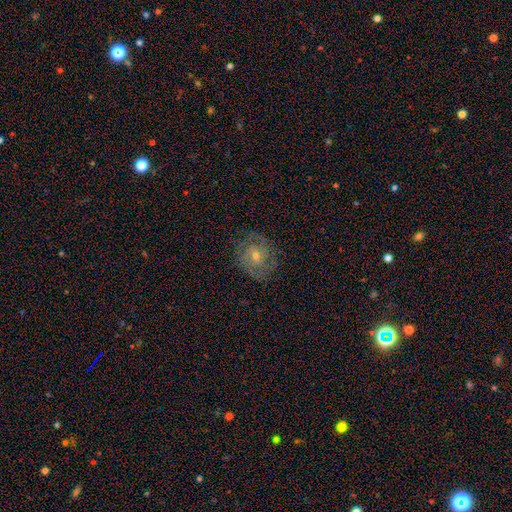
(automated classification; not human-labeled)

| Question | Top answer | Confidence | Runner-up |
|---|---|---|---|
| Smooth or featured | featured or disk | 63% | smooth (25%) |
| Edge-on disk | no | 96% | yes (4%) |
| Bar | no | 58% | weak (35%) |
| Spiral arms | yes | 84% | no (16%) |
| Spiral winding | tight | 62% | medium (30%) |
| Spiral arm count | can't tell | 40% | 2 (36%) |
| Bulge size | small | 50% | moderate (46%) |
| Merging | none | 78% | minor disturbance (14%) |